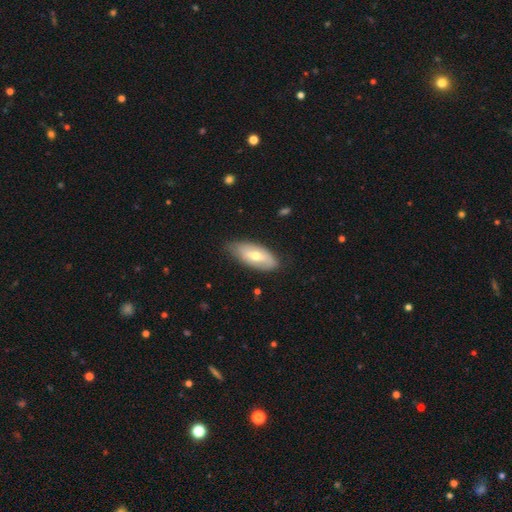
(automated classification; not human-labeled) smooth-or-featured: smooth: 50% | featured or disk: 44% | star or artifact: 6%
  how-rounded: in between: 87% | cigar-shaped: 10% | round: 3%
  merging: none: 74% | minor disturbance: 21% | major disturbance: 4% | merger: 1%